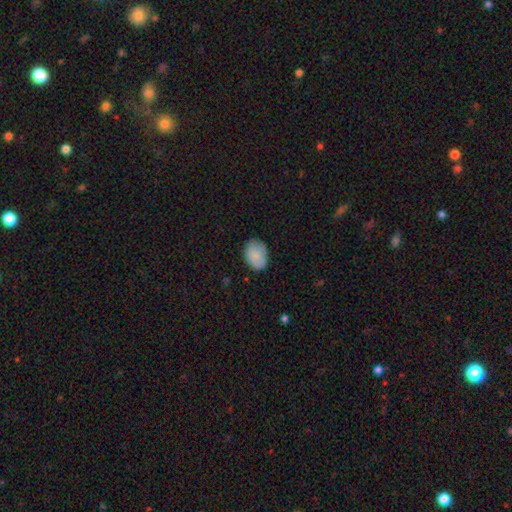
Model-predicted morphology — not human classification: A smooth galaxy with no disk features (83%) that is in between round and cigar-shaped (75%).

Vote fractions:
- Smooth or featured? smooth: 83% / featured or disk: 10% / star or artifact: 7%
- How rounded? in between: 75% / round: 24% / cigar-shaped: 1%
- Merging? none: 79% / minor disturbance: 17% / major disturbance: 3% / merger: 1%